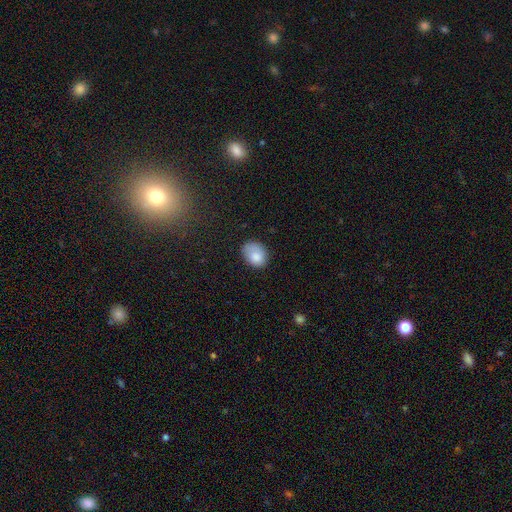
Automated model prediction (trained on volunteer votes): smooth-or-featured: smooth: 83% | featured or disk: 9% | star or artifact: 8%
  how-rounded: in between: 71% | round: 28% | cigar-shaped: 1%
  merging: none: 59% | minor disturbance: 30% | major disturbance: 9% | merger: 2%